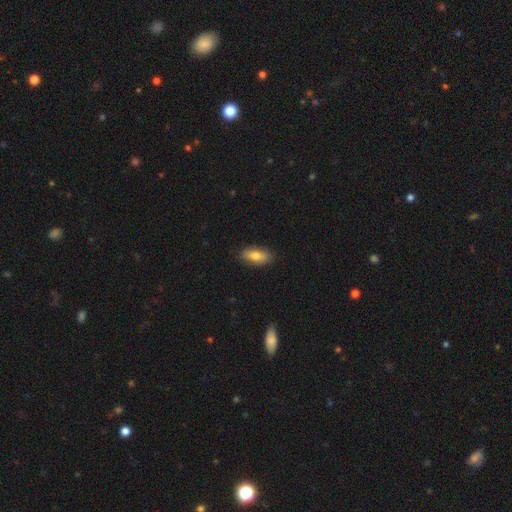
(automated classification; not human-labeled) Q: Smooth or featured?
A: smooth (78%); runner-up: featured or disk (16%)
Q: How rounded?
A: in between (84%); runner-up: cigar-shaped (12%)
Q: Merging?
A: none (86%); runner-up: minor disturbance (11%)